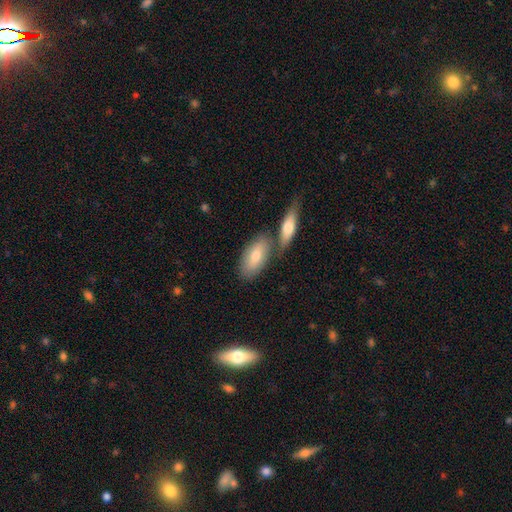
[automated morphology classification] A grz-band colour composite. It shows a smooth galaxy with no disk features (71%) that is in between round and cigar-shaped (86%). Merging: none (57%).